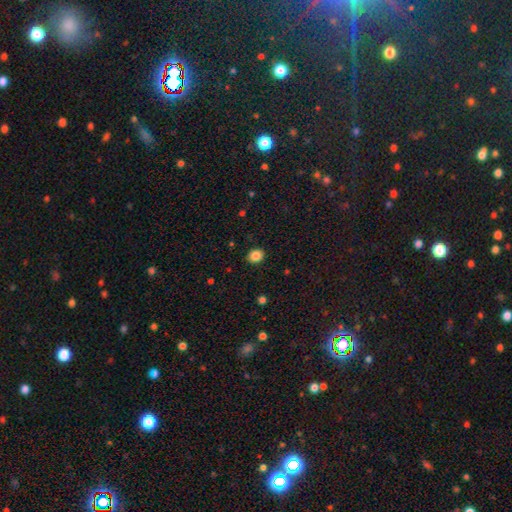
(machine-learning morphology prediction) smooth_or_featured: smooth (p=0.86) [alt: star or artifact p=0.10]
how_rounded: round (p=0.64) [alt: in between p=0.35]
merging: none (p=0.90) [alt: minor disturbance p=0.07]